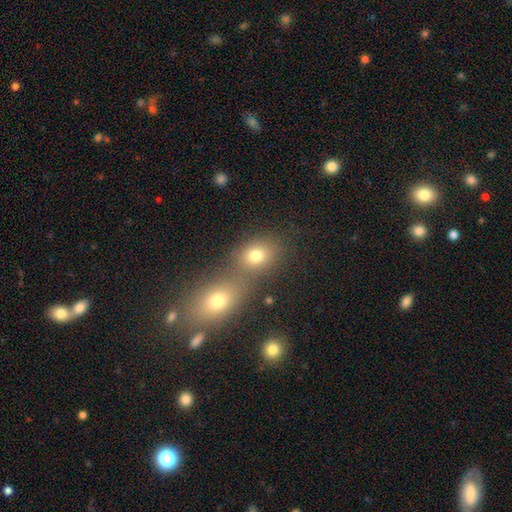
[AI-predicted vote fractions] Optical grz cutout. It shows a smooth galaxy with no disk features (75%) that is round (54%). Merging: merger (46%).